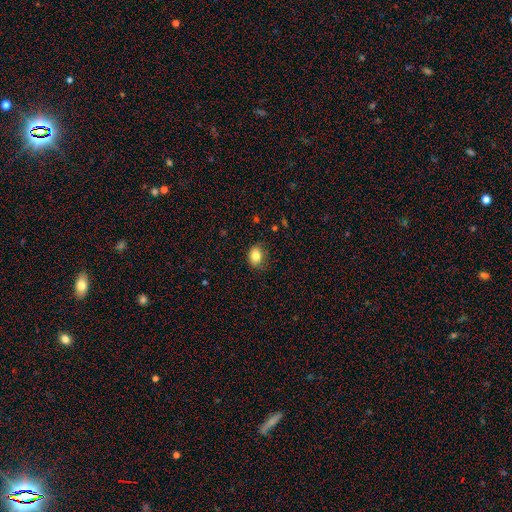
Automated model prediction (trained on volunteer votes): Morphology: type=smooth (83%); roundness=in between (54%); merging=none (79%).